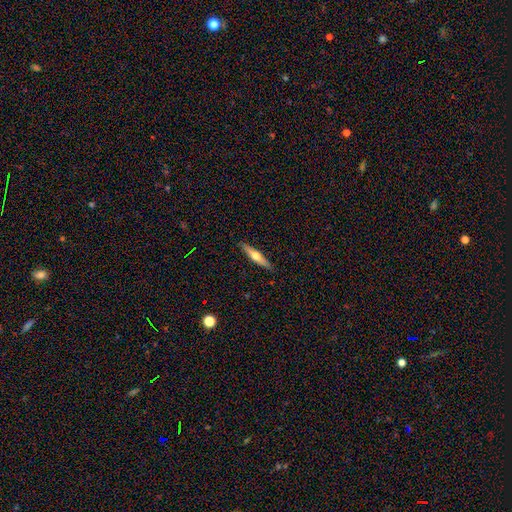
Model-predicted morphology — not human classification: Smooth or featured? Predicted: featured or disk (p=0.56). Edge-on disk? Predicted: yes (p=0.94). Edge-on bulge? Predicted: rounded (p=0.93). Merging? Predicted: none (p=0.90).